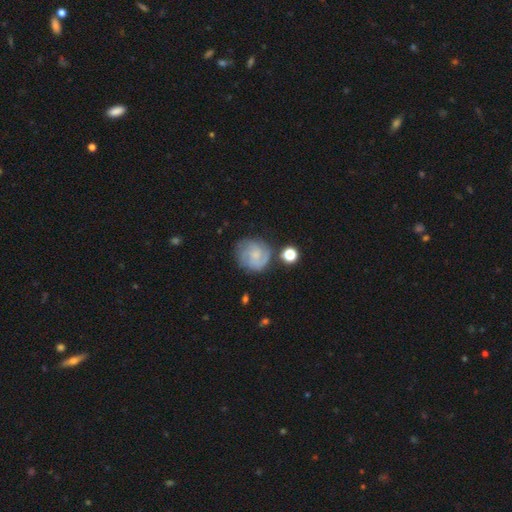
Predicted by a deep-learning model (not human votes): Smooth or featured?
  - featured or disk: 66% *
  - smooth: 26%
  - star or artifact: 8%
Edge-on disk?
  - no: 98% *
  - yes: 2%
Bar?
  - no: 66% *
  - weak: 30%
  - strong: 4%
Spiral arms?
  - yes: 91% *
  - no: 9%
Spiral winding?
  - tight: 53% *
  - medium: 35%
  - loose: 11%
Spiral arm count?
  - 2: 32% *
  - can't tell: 27%
  - 3: 26%
  - 4: 6%
  - 1: 5%
  - more than 4: 4%
Bulge size?
  - none: 37% *
  - small: 36%
  - moderate: 21%
  - large: 4%
  - dominant: 2%
Merging?
  - none: 67% *
  - minor disturbance: 19%
  - major disturbance: 9%
  - merger: 5%